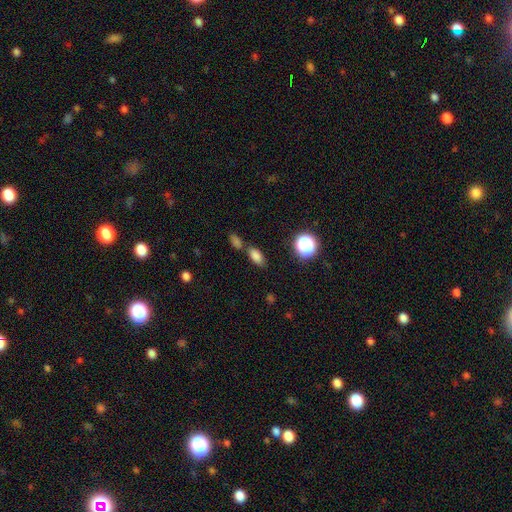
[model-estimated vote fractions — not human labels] Smooth or featured? smooth (79%)
How rounded? in between (83%)
Merging? none (64%)